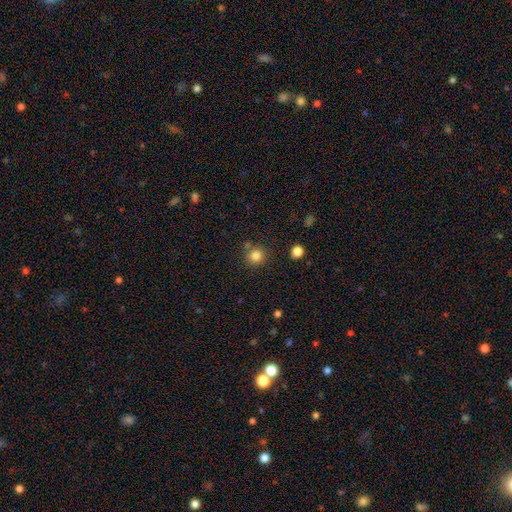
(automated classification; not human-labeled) Smooth or featured: smooth — 82% (star or artifact — 12%)
How rounded: round — 90% (in between — 9%)
Merging: none — 81% (minor disturbance — 9%)